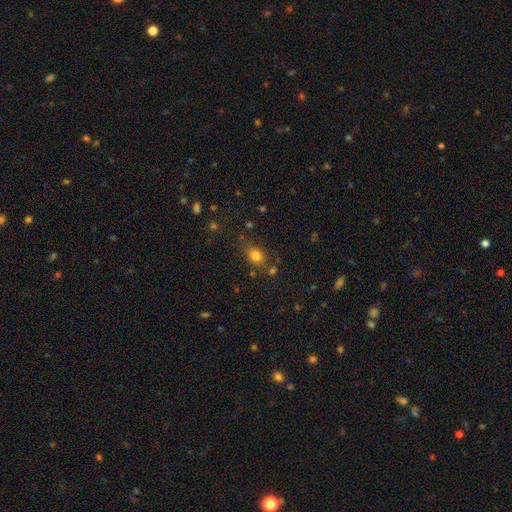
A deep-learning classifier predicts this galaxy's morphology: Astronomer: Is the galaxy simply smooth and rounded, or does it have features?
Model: smooth — 78%.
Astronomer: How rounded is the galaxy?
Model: in between — 53% (runner-up: round, 46%).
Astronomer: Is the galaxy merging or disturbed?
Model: none — 72%.